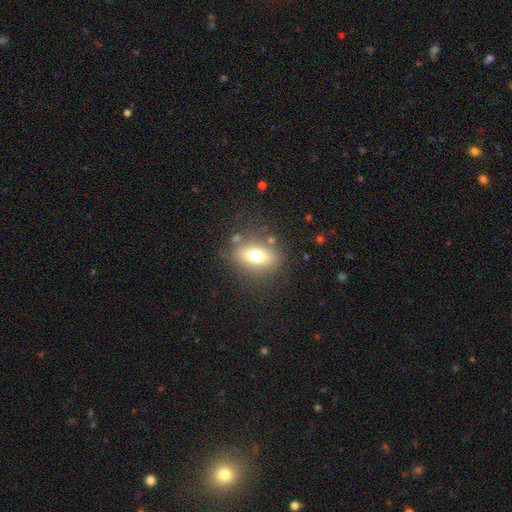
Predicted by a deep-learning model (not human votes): smooth_or_featured: smooth (p=0.69) [alt: featured or disk p=0.20]
how_rounded: in between (p=0.73) [alt: round p=0.22]
merging: none (p=0.77) [alt: minor disturbance p=0.13]